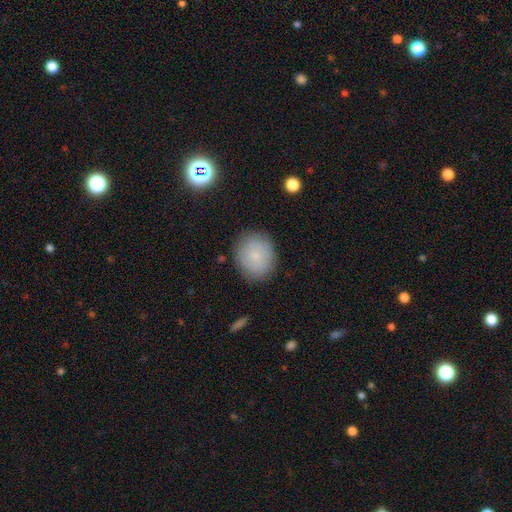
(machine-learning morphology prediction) Smooth or featured? smooth (79%)
How rounded? round (70%)
Merging? none (85%)